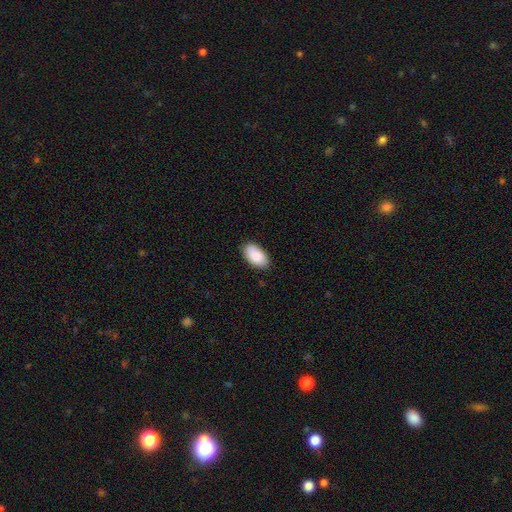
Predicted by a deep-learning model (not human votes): smooth 89%, star or artifact 6%, featured or disk 5%. Down the decision tree: how rounded — in between (95%); merging — none (85%).